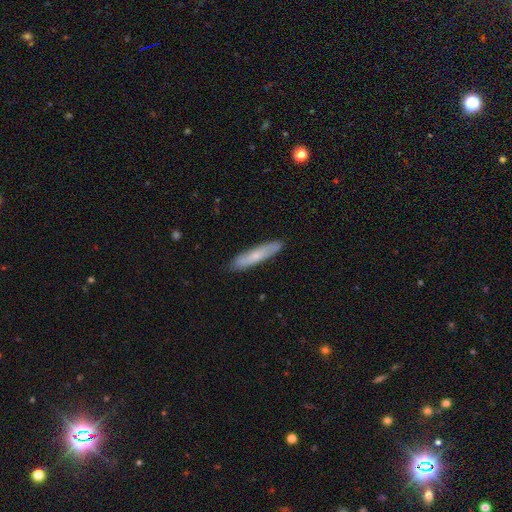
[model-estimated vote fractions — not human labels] smooth-or-featured: smooth: 62% | featured or disk: 32% | star or artifact: 6%
  how-rounded: cigar-shaped: 86% | in between: 12% | round: 2%
  merging: none: 87% | minor disturbance: 10% | major disturbance: 2% | merger: 1%